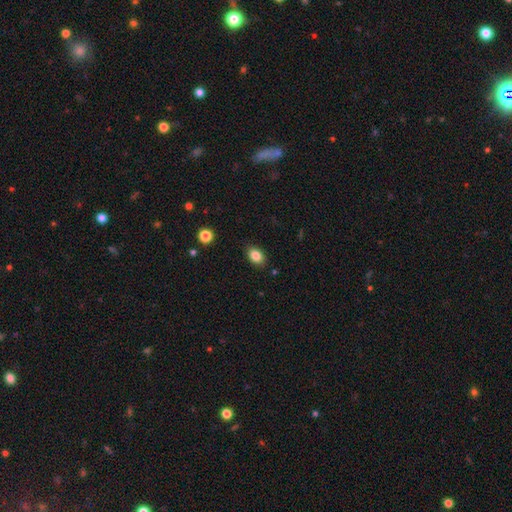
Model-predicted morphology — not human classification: smooth_or_featured: smooth (p=0.85) [alt: star or artifact p=0.09]
how_rounded: in between (p=0.80) [alt: round p=0.19]
merging: none (p=0.87) [alt: minor disturbance p=0.09]